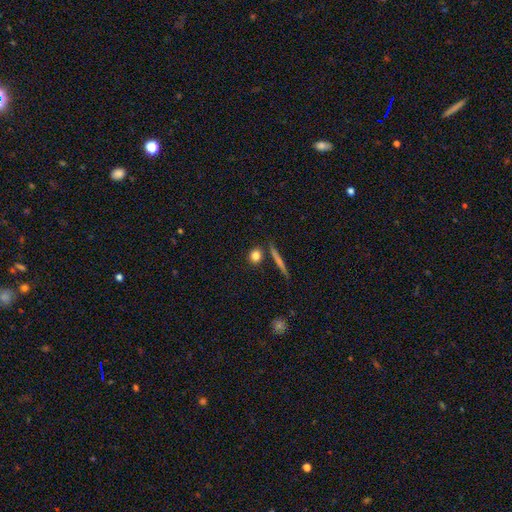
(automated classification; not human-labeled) Morphology: type=smooth (81%); roundness=round (73%); merging=none (81%).